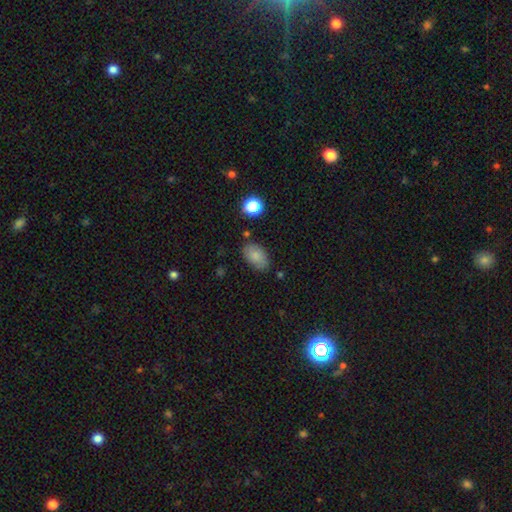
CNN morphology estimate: This appears to be a smooth galaxy with no disk features (82%) that is in between round and cigar-shaped (90%). Merging: none (76%).